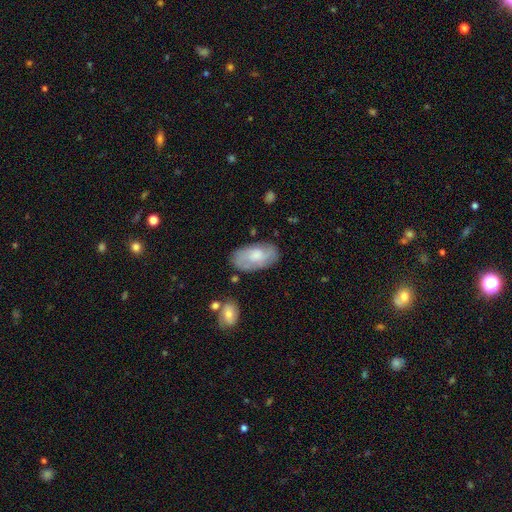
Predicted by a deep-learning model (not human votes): smooth-or-featured: featured or disk: 47% | smooth: 46% | star or artifact: 7%
  merging: none: 74% | minor disturbance: 18% | major disturbance: 5% | merger: 2%